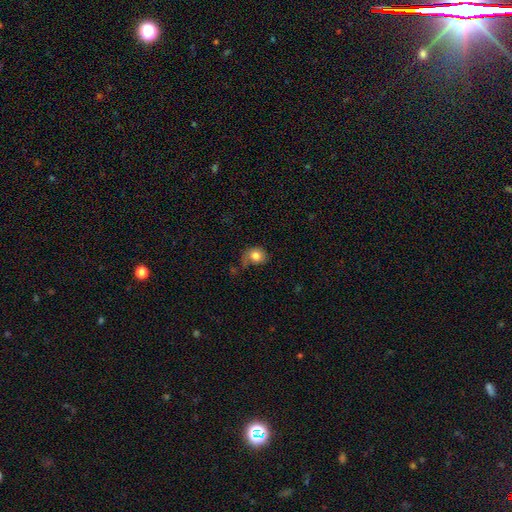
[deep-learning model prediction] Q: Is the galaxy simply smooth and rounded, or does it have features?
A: smooth — 78%.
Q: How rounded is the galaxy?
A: round — 60%.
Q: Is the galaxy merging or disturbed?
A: none — 41%.